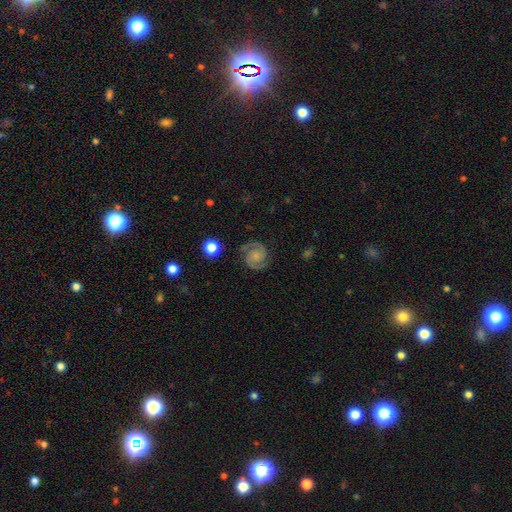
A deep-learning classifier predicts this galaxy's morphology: smooth-or-featured: featured or disk: 87% | smooth: 7% | star or artifact: 6%
  disk-edge-on: no: 98% | yes: 2%
    bar: no: 68% | weak: 26% | strong: 6%
    has-spiral-arms: yes: 98% | no: 2%
      spiral-winding: tight: 49% | medium: 44% | loose: 7%
      spiral-arm-count: 2: 93% | can't tell: 2% | 3: 2% | 1: 1% | 4: 1% | more than 4: 1%
    bulge-size: small: 39% | none: 29% | moderate: 26% | large: 5% | dominant: 2%
  merging: none: 82% | minor disturbance: 12% | major disturbance: 4% | merger: 2%